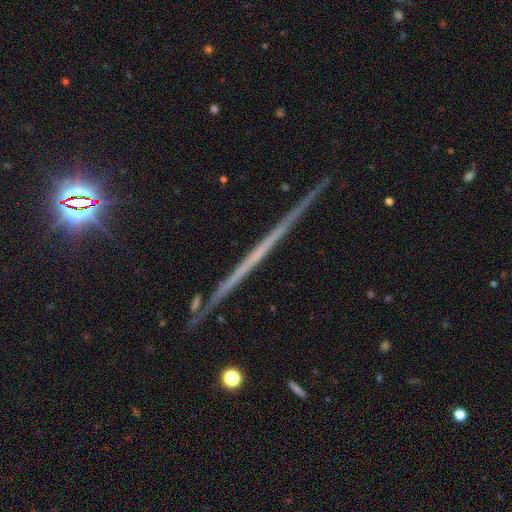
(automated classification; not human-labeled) This is likely a featured or disk galaxy (67%). It is clearly viewed edge-on (98%). Edge-on bulge: clearly none (89%). Merging: clearly none (90%).